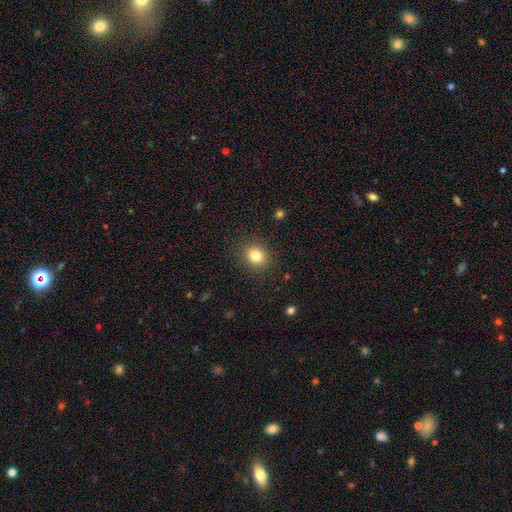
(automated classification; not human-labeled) smooth_or_featured: smooth (p=0.82) [alt: star or artifact p=0.11]
how_rounded: round (p=0.72) [alt: in between p=0.28]
merging: none (p=0.88) [alt: minor disturbance p=0.08]